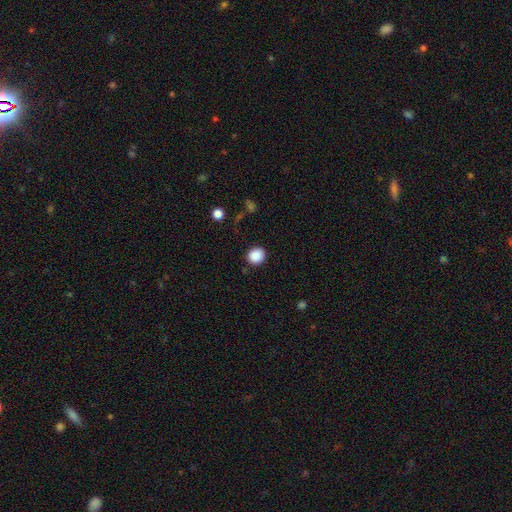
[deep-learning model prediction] A smooth galaxy with no disk features (88%) that is round (83%). Merging: none (88%).